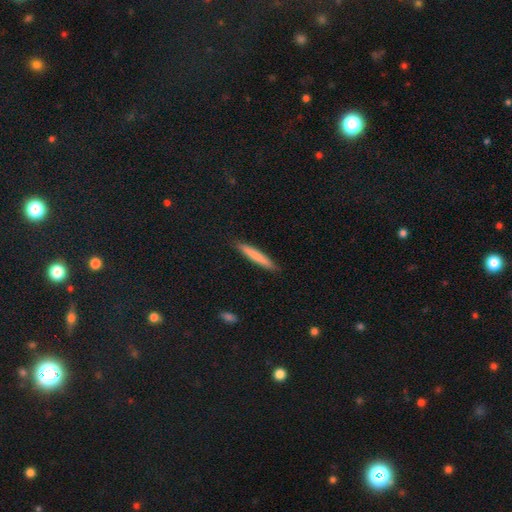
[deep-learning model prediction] This is likely a smooth galaxy (78%). How rounded: clearly cigar-shaped (95%). Merging: clearly none (90%).